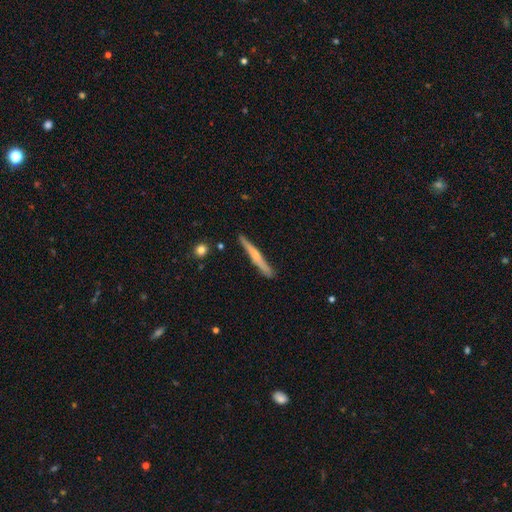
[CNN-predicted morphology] featured or disk 52%, smooth 42%, star or artifact 6%. Down the decision tree: edge-on disk — yes (96%); edge-on bulge — rounded (58%); merging — none (85%).